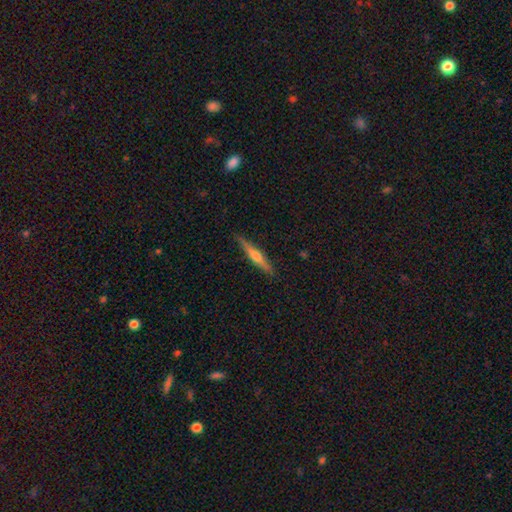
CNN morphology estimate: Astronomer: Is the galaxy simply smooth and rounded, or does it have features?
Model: featured or disk — 65%.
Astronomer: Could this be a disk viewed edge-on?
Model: yes — 98%.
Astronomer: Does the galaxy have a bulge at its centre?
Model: rounded — 83%.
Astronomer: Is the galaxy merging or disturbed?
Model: none — 89%.